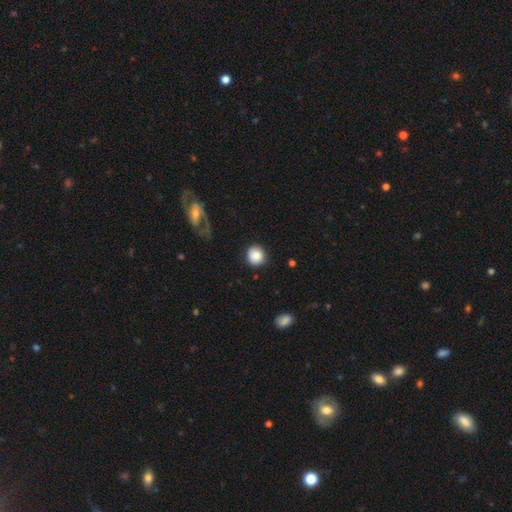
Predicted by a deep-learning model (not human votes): Smooth or featured: smooth — 86% (star or artifact — 8%)
How rounded: round — 89% (in between — 9%)
Merging: none — 85% (minor disturbance — 10%)